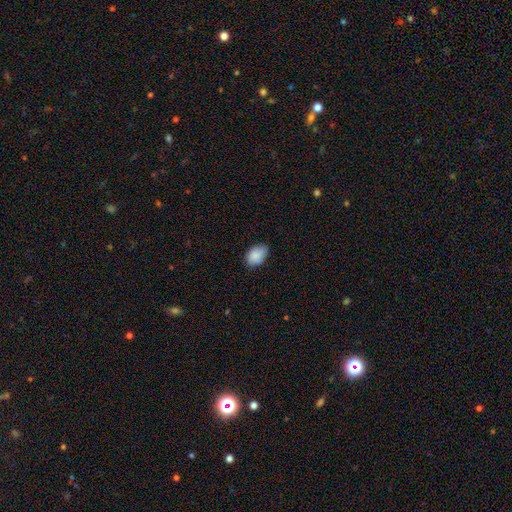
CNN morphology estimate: Smooth or featured? smooth (86%)
How rounded? in between (83%)
Merging? none (72%)